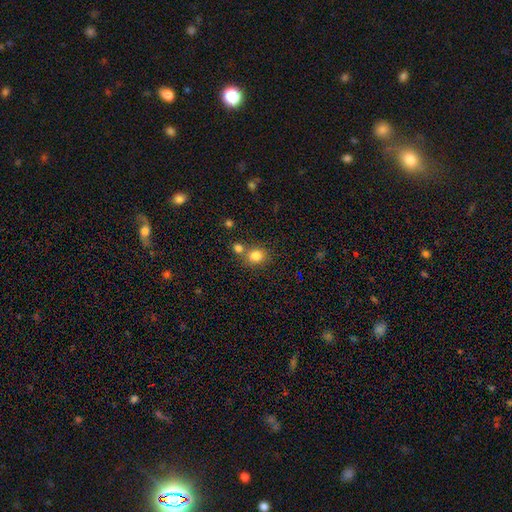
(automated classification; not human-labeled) smooth-or-featured: smooth: 82% | star or artifact: 12% | featured or disk: 6%
  how-rounded: round: 76% | in between: 23% | cigar-shaped: 1%
  merging: none: 61% | merger: 27% | minor disturbance: 9% | major disturbance: 3%